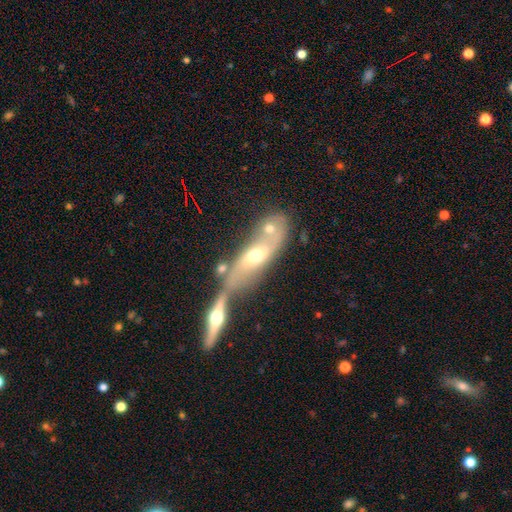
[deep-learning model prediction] This appears to be a featured or disk galaxy (60%). Merging: merger (53%).